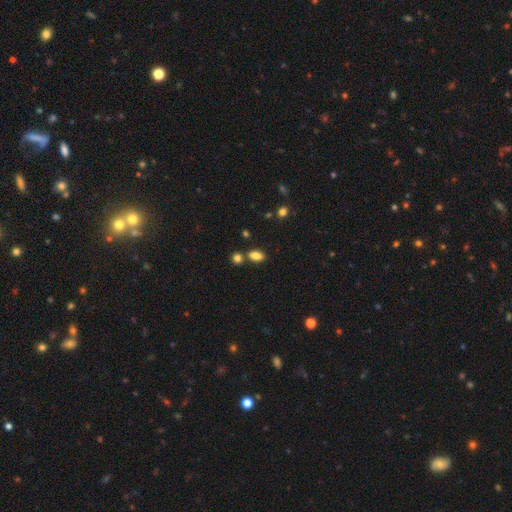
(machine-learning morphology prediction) Smooth or featured? smooth (84%)
How rounded? in between (85%)
Merging? none (70%)